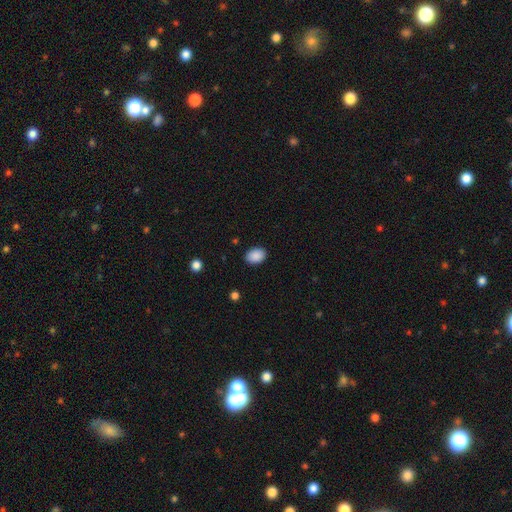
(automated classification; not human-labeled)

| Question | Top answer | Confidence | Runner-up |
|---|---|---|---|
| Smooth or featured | smooth | 90% | star or artifact (7%) |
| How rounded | in between | 74% | round (25%) |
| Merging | none | 89% | minor disturbance (8%) |